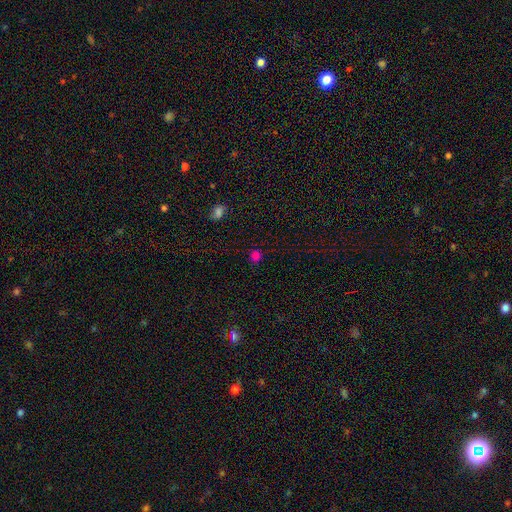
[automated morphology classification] type=smooth (71%); roundness=round (81%); merging=none (85%).